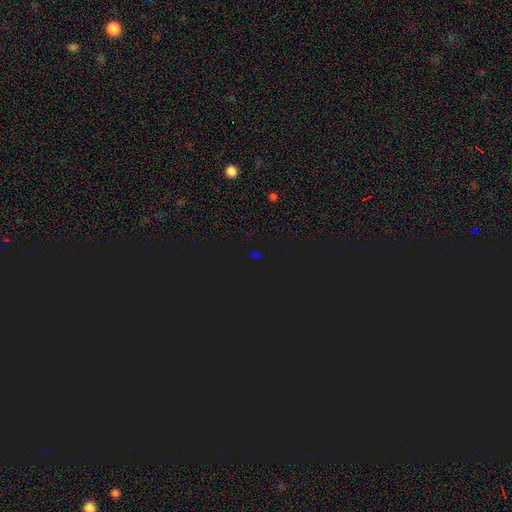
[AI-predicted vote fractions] Smooth or featured? star or artifact (71%)